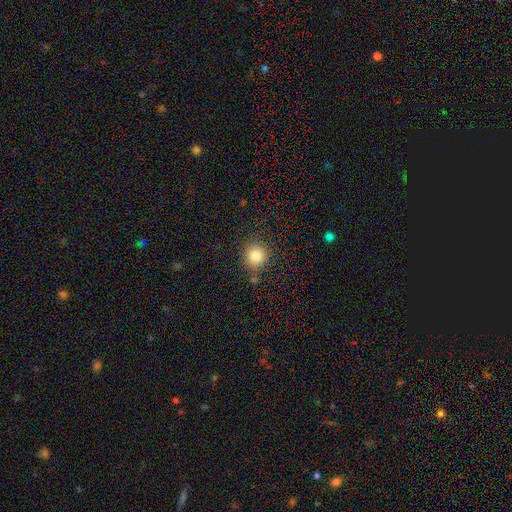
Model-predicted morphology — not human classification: This is clearly a smooth galaxy (82%). How rounded: clearly round (90%). Merging: clearly none (83%).